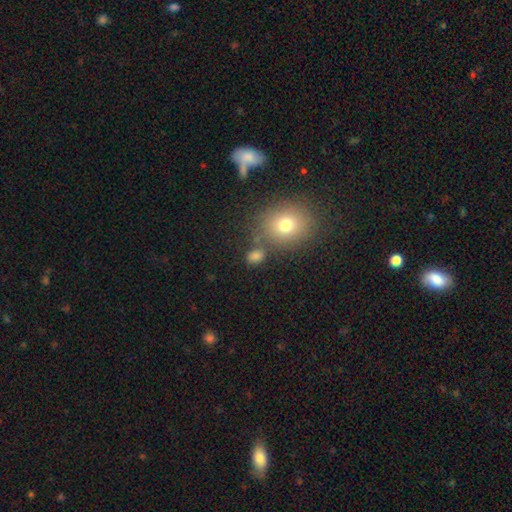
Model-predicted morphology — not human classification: Q: Smooth or featured?
A: smooth (77%); runner-up: star or artifact (15%)
Q: How rounded?
A: in between (58%); runner-up: round (40%)
Q: Merging?
A: none (67%); runner-up: merger (14%)